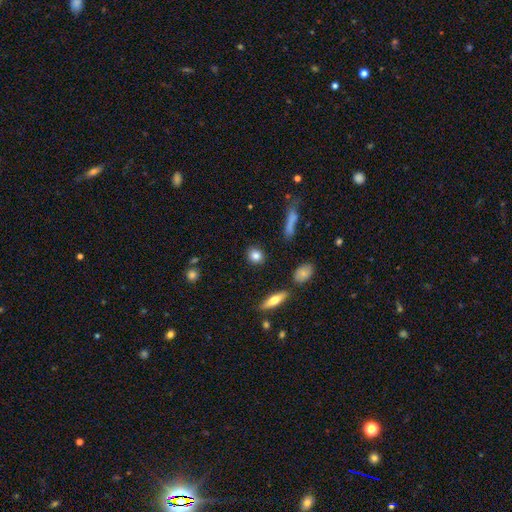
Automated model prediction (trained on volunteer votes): Overall: smooth (83%). How rounded: round (70%). Merging: none (88%).